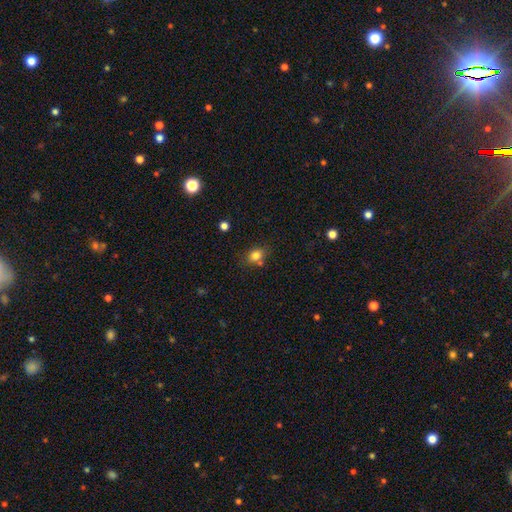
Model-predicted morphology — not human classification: This is clearly a smooth galaxy (81%). How rounded: likely in between (61%). Merging: likely none (68%).